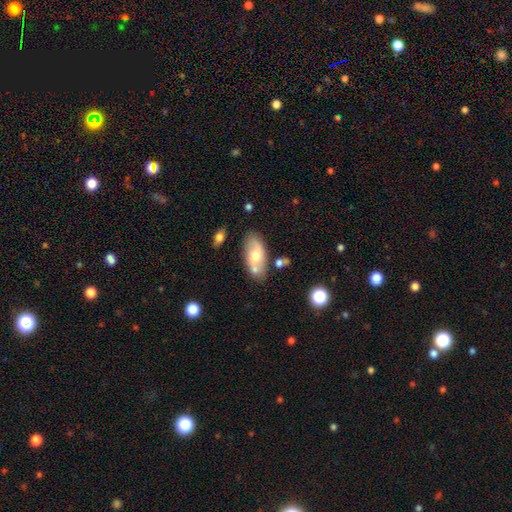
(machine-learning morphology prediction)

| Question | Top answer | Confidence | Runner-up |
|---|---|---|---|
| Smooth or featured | smooth | 54% | featured or disk (40%) |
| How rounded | in between | 89% | cigar-shaped (7%) |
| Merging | none | 65% | minor disturbance (17%) |